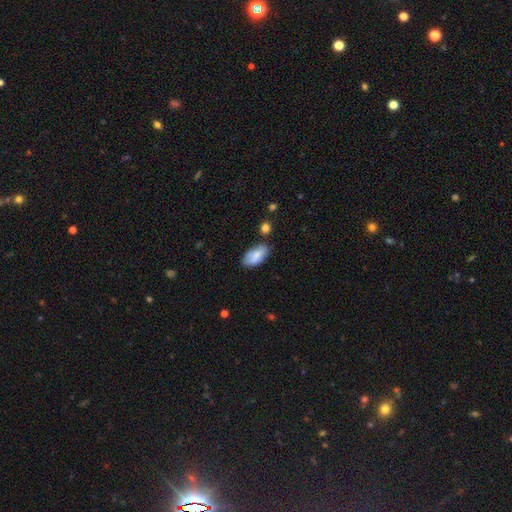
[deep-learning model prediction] Overall: smooth (79%). How rounded: in between (93%). Merging: none (65%; minor disturbance 25%).